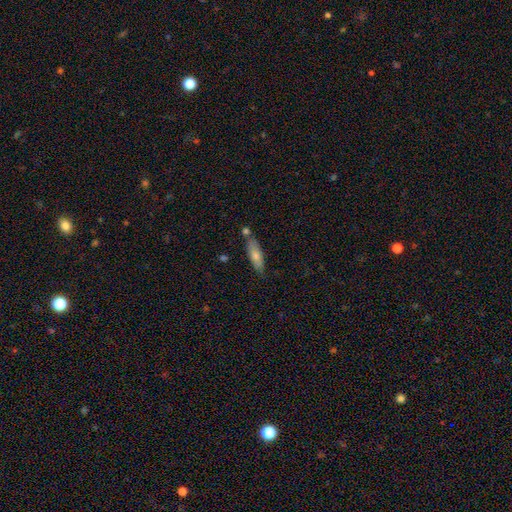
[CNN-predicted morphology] smooth 73%, featured or disk 21%, star or artifact 6%. Down the decision tree: how rounded — cigar-shaped (51%); merging — none (69%).